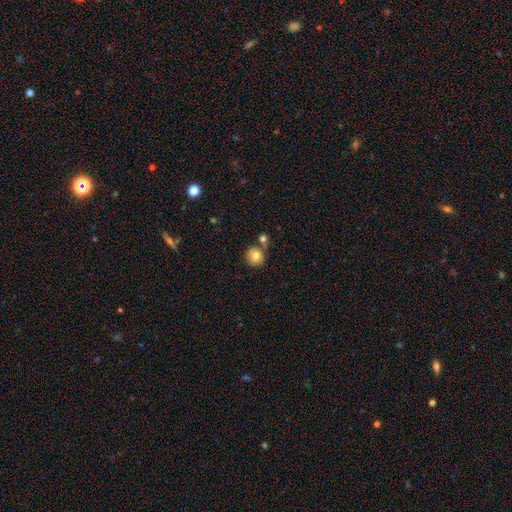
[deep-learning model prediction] Q: Smooth or featured?
A: smooth (80%); runner-up: featured or disk (10%)
Q: How rounded?
A: round (93%); runner-up: in between (6%)
Q: Merging?
A: none (67%); runner-up: merger (20%)